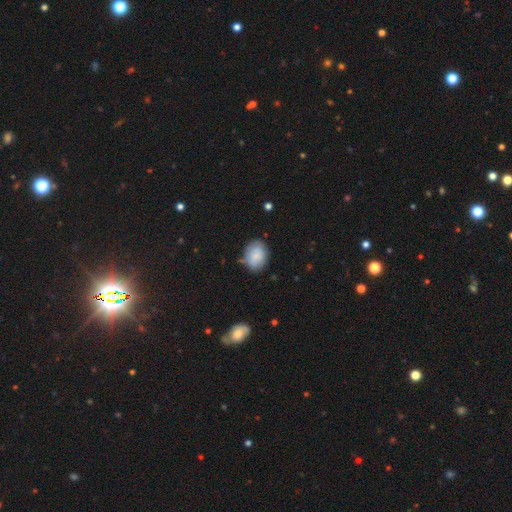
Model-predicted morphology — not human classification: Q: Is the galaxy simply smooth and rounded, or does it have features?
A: smooth — 82%.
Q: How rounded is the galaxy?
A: in between — 65%.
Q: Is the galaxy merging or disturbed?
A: none — 72%.